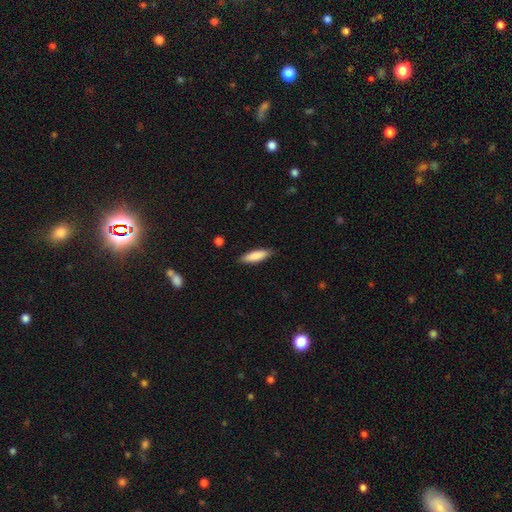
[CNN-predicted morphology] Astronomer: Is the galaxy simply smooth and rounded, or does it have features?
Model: smooth — 85%.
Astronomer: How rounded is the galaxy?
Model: cigar-shaped — 60% (runner-up: in between, 38%).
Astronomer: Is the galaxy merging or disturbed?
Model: none — 88%.